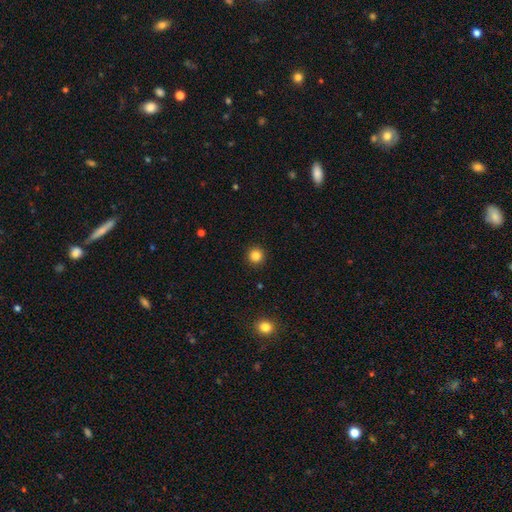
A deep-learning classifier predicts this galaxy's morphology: smooth-or-featured: smooth: 84% | star or artifact: 12% | featured or disk: 4%
  how-rounded: round: 95% | in between: 4% | cigar-shaped: 1%
  merging: none: 92% | minor disturbance: 5% | major disturbance: 2% | merger: 1%